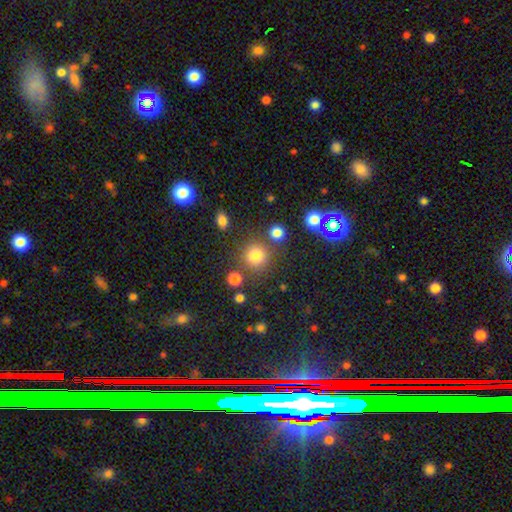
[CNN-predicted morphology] A smooth galaxy with no disk features (79%) that is round (92%). Merging: none (78%).